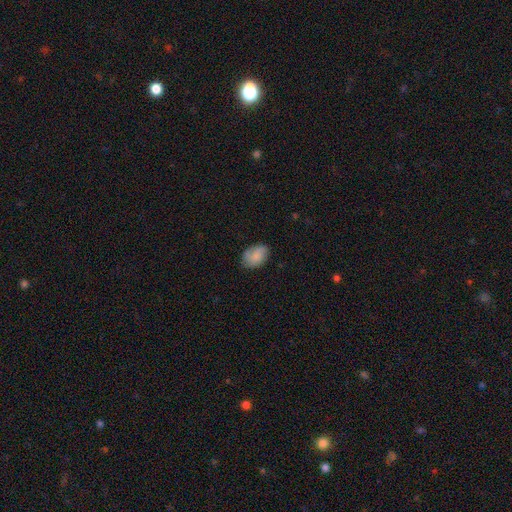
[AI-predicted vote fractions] Morphology: type=smooth (76%); roundness=in between (83%); merging=none (75%).